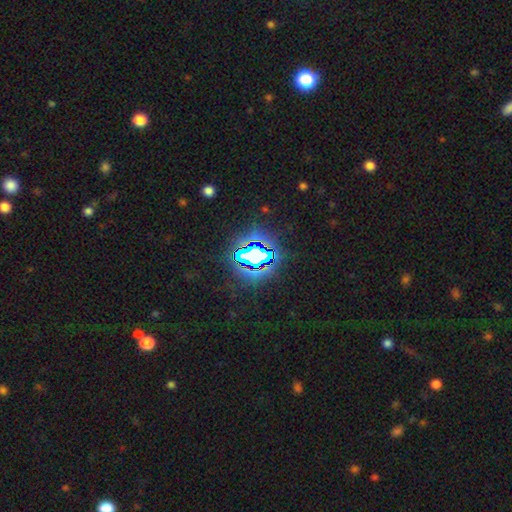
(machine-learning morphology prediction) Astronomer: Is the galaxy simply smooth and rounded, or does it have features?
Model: star or artifact — 76%.